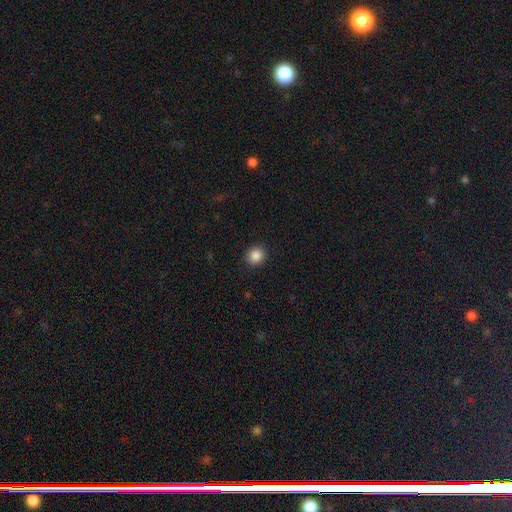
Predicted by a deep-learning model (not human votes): The model was most divided on "how rounded": round: 82%, in between: 17%, cigar-shaped: 1%. More confident: merging — none (91%); smooth or featured — smooth (87%).